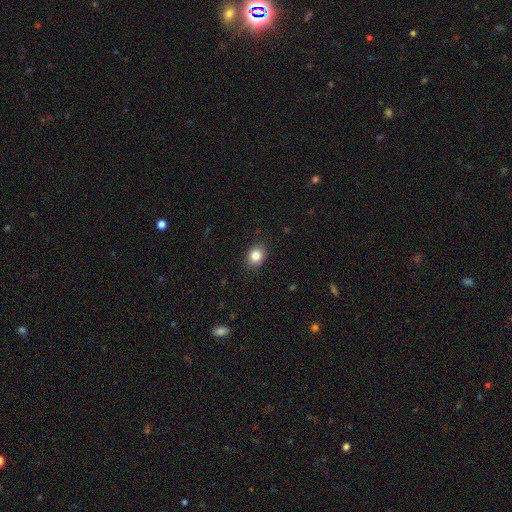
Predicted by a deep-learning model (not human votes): A smooth galaxy with no disk features (85%) that is in between round and cigar-shaped (51%).

Vote fractions:
- Smooth or featured? smooth: 85% / star or artifact: 9% / featured or disk: 6%
- How rounded? in between: 51% / round: 48% / cigar-shaped: 1%
- Merging? none: 87% / minor disturbance: 10% / major disturbance: 2% / merger: 1%